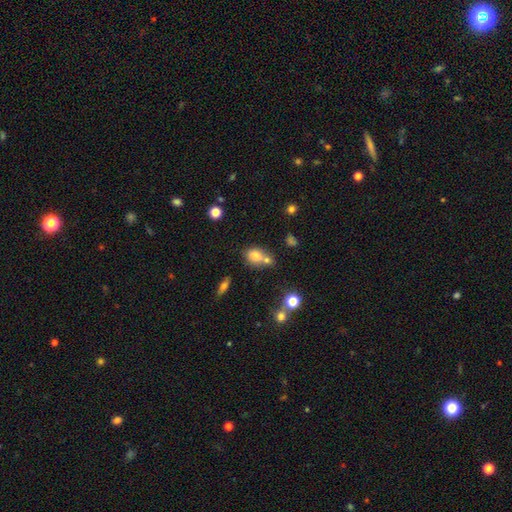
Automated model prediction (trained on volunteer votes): Overall: smooth (72%). How rounded: in between (54%; round 45%). Merging: none (42%; merger 41%).